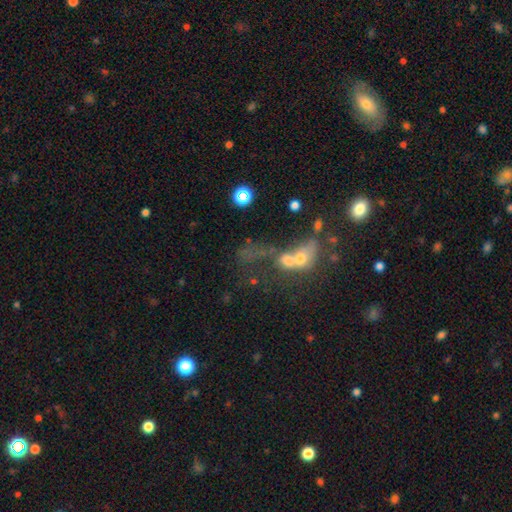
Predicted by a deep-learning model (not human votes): Overall: smooth (34%; star or artifact 33%). Merging: merger (51%; none 21%).